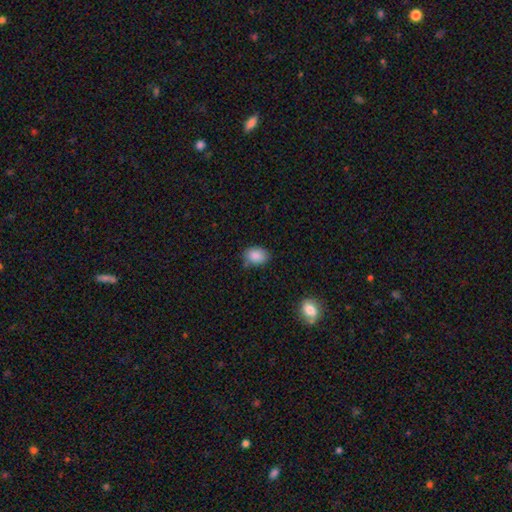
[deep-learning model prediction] smooth-or-featured: smooth: 88% | star or artifact: 8% | featured or disk: 4%
  how-rounded: in between: 71% | round: 28% | cigar-shaped: 1%
  merging: none: 75% | minor disturbance: 18% | major disturbance: 3% | merger: 3%